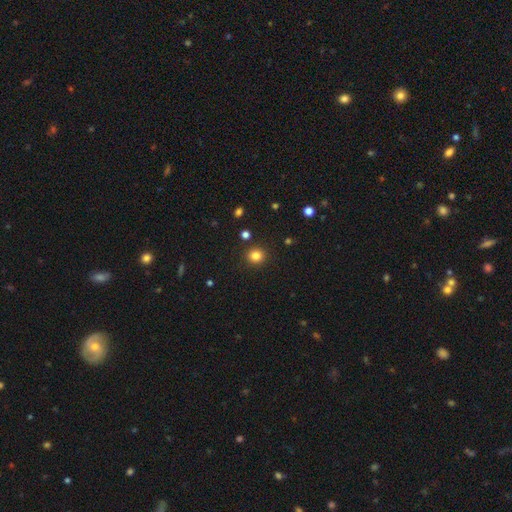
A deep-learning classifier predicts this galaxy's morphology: Overall: smooth (82%). How rounded: round (89%). Merging: none (90%).